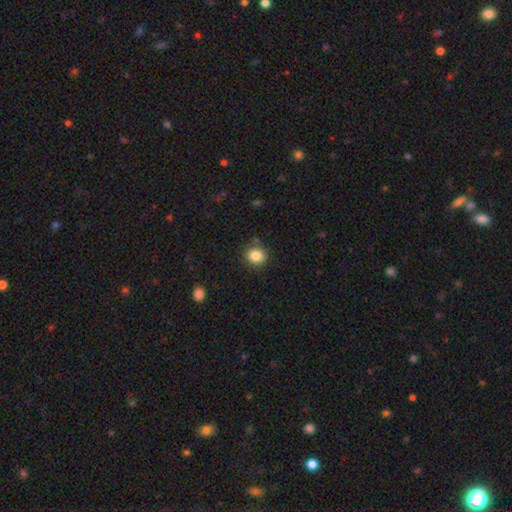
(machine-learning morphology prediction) A smooth galaxy with no disk features (85%) that is round (83%). Merging: none (85%).